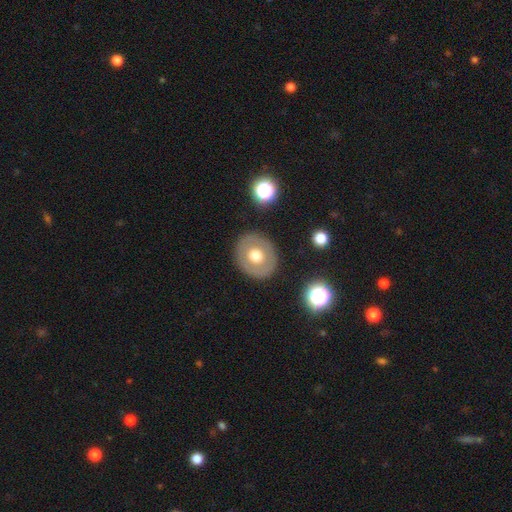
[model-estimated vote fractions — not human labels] Smooth or featured? smooth (55%)
How rounded? round (72%)
Merging? none (86%)